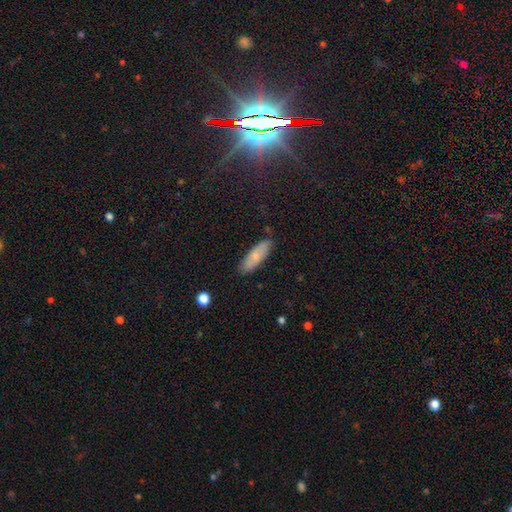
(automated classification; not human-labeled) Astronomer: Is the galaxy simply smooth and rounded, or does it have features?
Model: smooth — 73%.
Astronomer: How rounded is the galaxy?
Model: in between — 55% (runner-up: cigar-shaped, 43%).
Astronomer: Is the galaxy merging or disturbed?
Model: none — 84%.